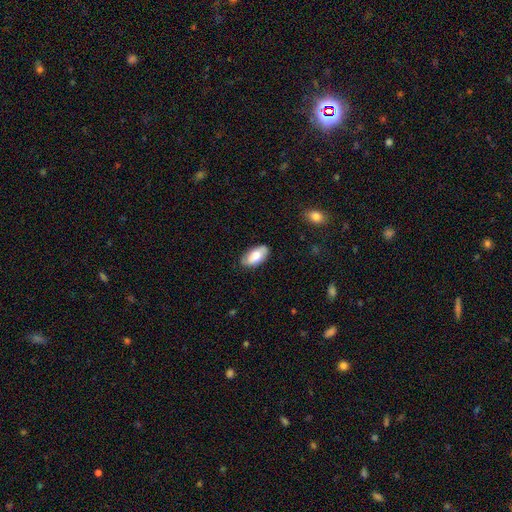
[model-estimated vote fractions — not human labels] Smooth or featured? smooth (70%)
How rounded? in between (94%)
Merging? none (83%)